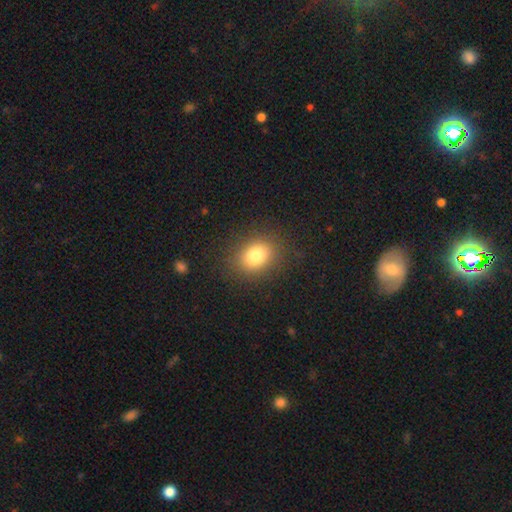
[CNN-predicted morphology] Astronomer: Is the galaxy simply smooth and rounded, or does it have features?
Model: smooth — 79%.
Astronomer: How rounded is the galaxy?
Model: round — 51% (runner-up: in between, 48%).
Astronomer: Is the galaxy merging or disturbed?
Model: none — 86%.